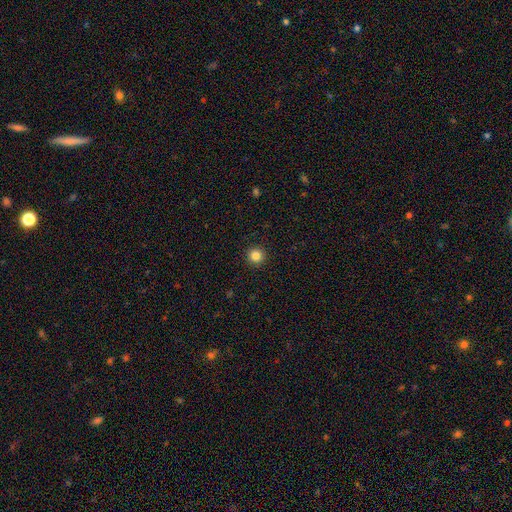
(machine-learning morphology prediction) smooth-or-featured: smooth: 84% | star or artifact: 12% | featured or disk: 4%
  how-rounded: round: 96% | in between: 3% | cigar-shaped: 1%
  merging: none: 93% | minor disturbance: 4% | major disturbance: 2% | merger: 1%